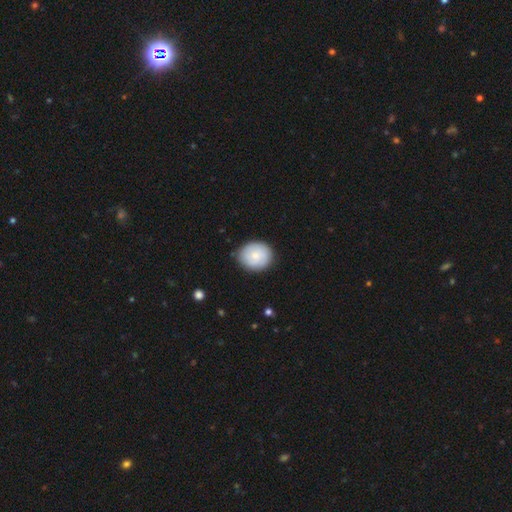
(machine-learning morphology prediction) Smooth or featured? Predicted: smooth (p=0.71). How rounded? Predicted: round (p=0.69). Merging? Predicted: none (p=0.84).